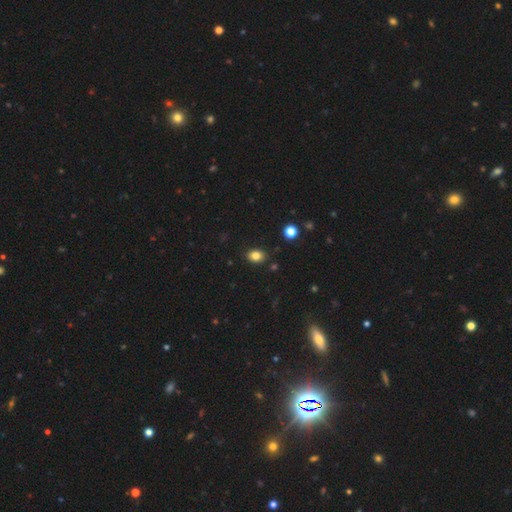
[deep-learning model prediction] smooth_or_featured: smooth (p=0.83) [alt: star or artifact p=0.11]
how_rounded: in between (p=0.65) [alt: round p=0.34]
merging: none (p=0.87) [alt: minor disturbance p=0.09]